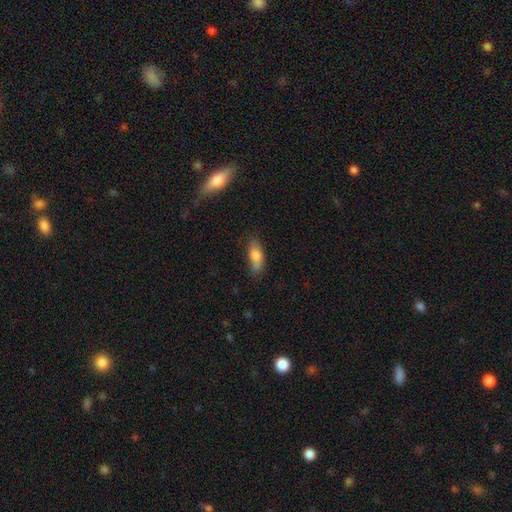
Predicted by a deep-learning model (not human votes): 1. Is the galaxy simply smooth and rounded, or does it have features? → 79% smooth, 14% featured or disk, 8% star or artifact.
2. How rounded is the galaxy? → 73% in between, 24% cigar-shaped, 3% round.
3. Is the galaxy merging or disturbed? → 65% none, 25% minor disturbance, 6% major disturbance, 4% merger.